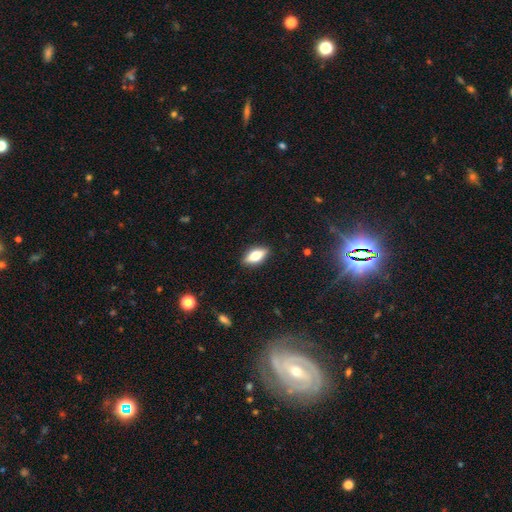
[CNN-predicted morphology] The model was most divided on "smooth or featured": smooth: 63%, featured or disk: 29%, star or artifact: 7%. More confident: merging — none (87%); how rounded — in between (79%).